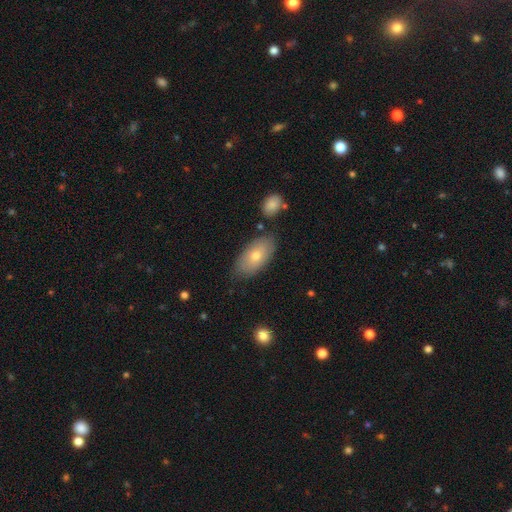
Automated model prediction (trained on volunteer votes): Smooth or featured?
  - smooth: 72% *
  - featured or disk: 21%
  - star or artifact: 6%
How rounded?
  - in between: 93% *
  - round: 3%
  - cigar-shaped: 3%
Merging?
  - none: 77% *
  - minor disturbance: 15%
  - merger: 4%
  - major disturbance: 3%